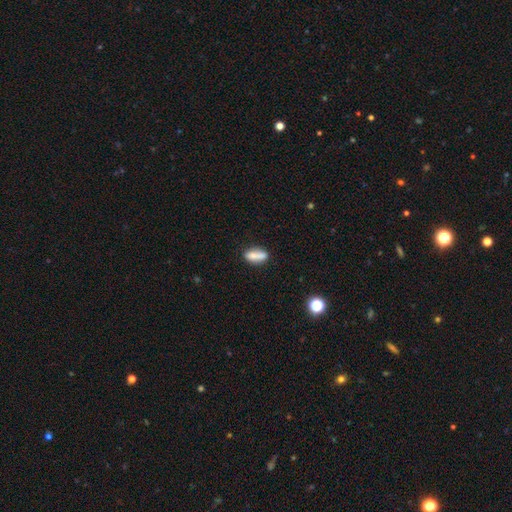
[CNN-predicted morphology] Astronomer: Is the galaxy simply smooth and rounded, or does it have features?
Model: smooth — 76%.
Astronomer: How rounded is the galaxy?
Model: in between — 64%.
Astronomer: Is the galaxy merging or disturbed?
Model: none — 65%.